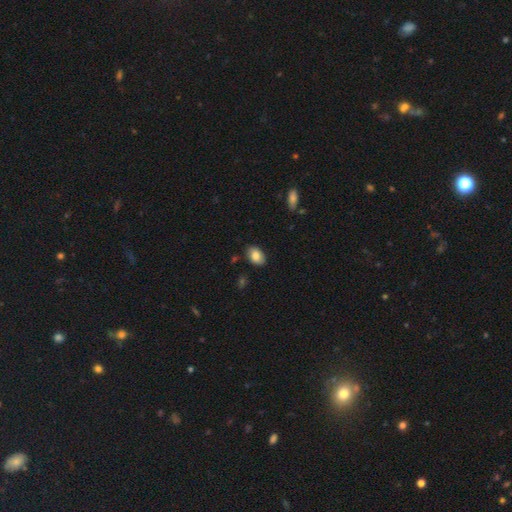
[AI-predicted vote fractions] This appears to be a smooth galaxy with no disk features (84%) that is in between round and cigar-shaped (88%). Merging: none (86%).